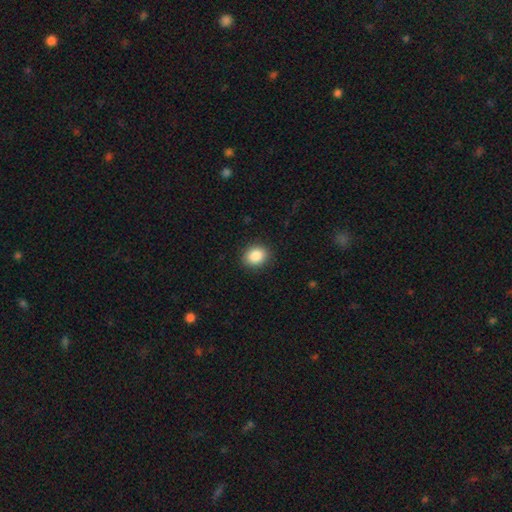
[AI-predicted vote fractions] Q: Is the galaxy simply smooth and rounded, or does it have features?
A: smooth — 87%.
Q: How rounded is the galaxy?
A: round — 62%.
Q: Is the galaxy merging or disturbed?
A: none — 90%.